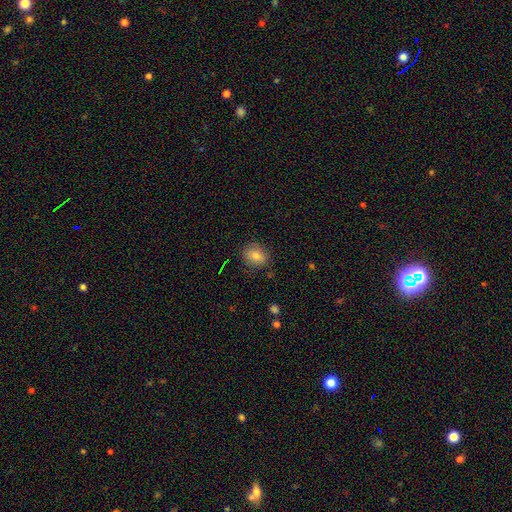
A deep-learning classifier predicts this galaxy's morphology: Overall: smooth (76%). How rounded: round (53%; in between 45%). Merging: none (82%).